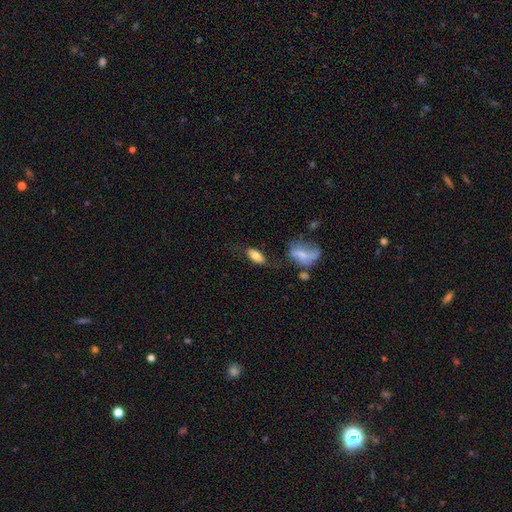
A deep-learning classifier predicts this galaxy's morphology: A smooth galaxy with no disk features (79%) that is in between round and cigar-shaped (89%). Merging: none (68%).